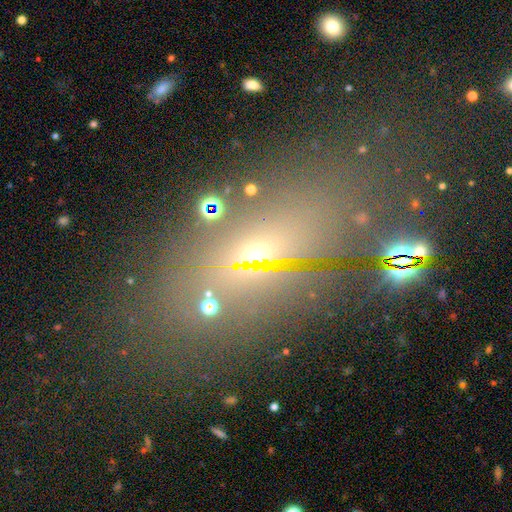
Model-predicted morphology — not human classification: Smooth or featured?
  - star or artifact: 42% *
  - smooth: 34%
  - featured or disk: 24%